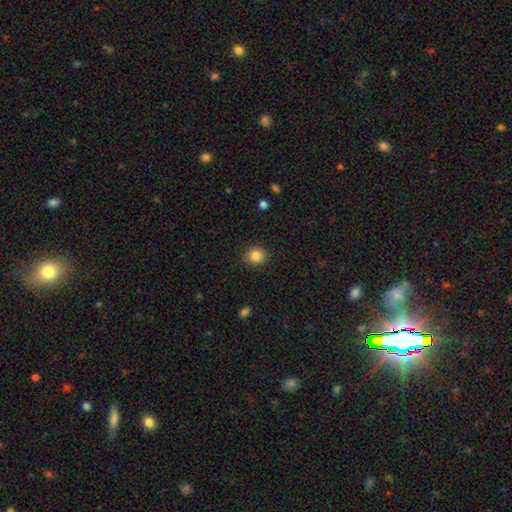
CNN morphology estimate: smooth 85%, star or artifact 10%, featured or disk 5%. Down the decision tree: how rounded — round (85%); merging — none (91%).